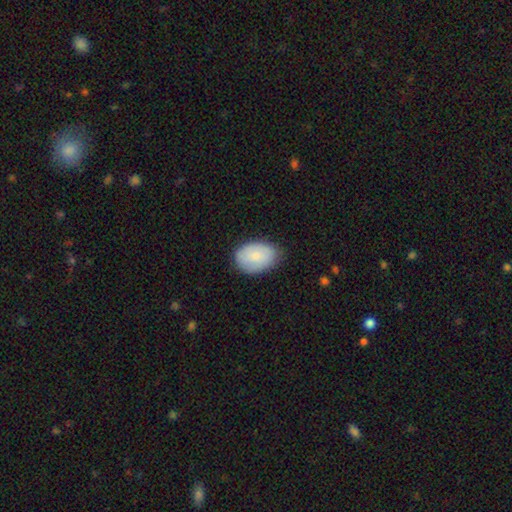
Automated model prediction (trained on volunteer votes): smooth-or-featured: smooth: 76% | featured or disk: 18% | star or artifact: 6%
  how-rounded: in between: 83% | round: 16% | cigar-shaped: 1%
  merging: none: 76% | minor disturbance: 19% | major disturbance: 4% | merger: 1%